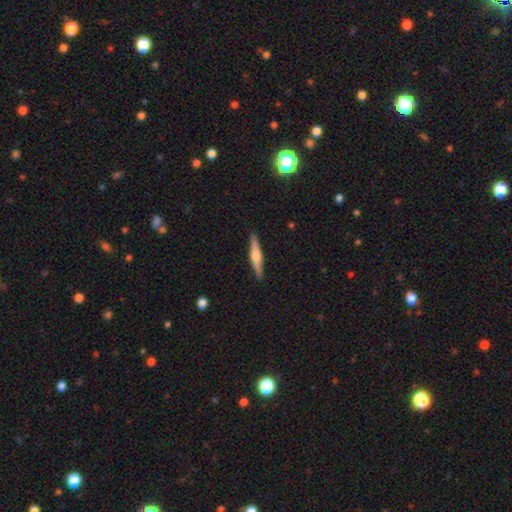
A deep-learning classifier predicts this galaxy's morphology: This appears to be a featured or disk galaxy (61%) viewed edge-on (98%) with a rounded central bulge (80%). Merging: none (91%).